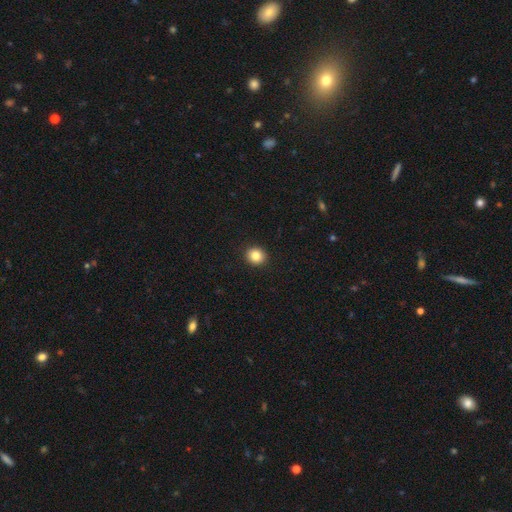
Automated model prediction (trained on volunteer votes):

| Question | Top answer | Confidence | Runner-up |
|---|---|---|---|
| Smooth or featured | smooth | 84% | star or artifact (10%) |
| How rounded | round | 80% | in between (19%) |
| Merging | none | 93% | minor disturbance (5%) |